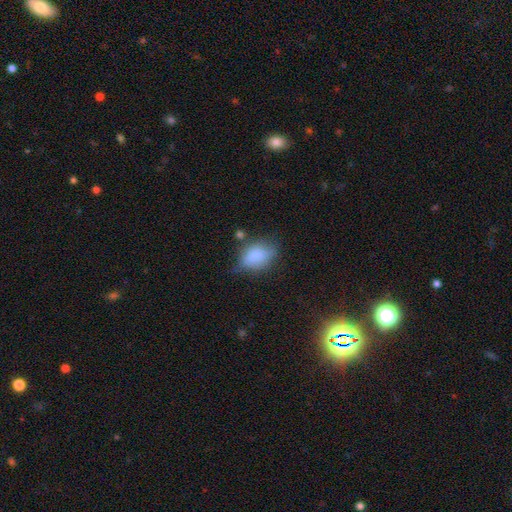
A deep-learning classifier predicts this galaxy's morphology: This is likely a smooth galaxy (79%). How rounded: clearly in between (80%). Merging: possibly none (50%).